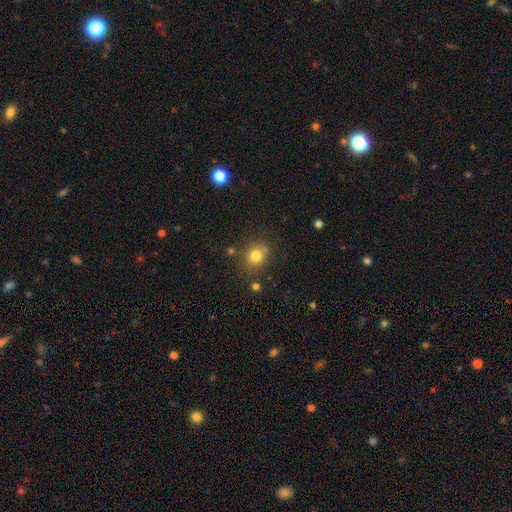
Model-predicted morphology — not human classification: smooth 78%, star or artifact 13%, featured or disk 9%. Down the decision tree: how rounded — round (72%); merging — none (71%).